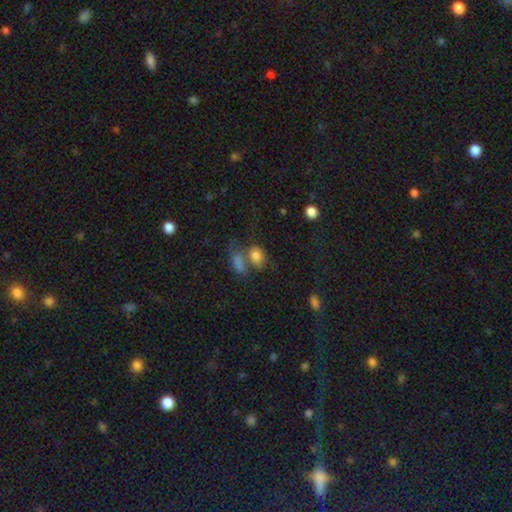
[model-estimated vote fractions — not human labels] A smooth galaxy with no disk features (77%) that is in between round and cigar-shaped (68%). Merging: merger (44%).